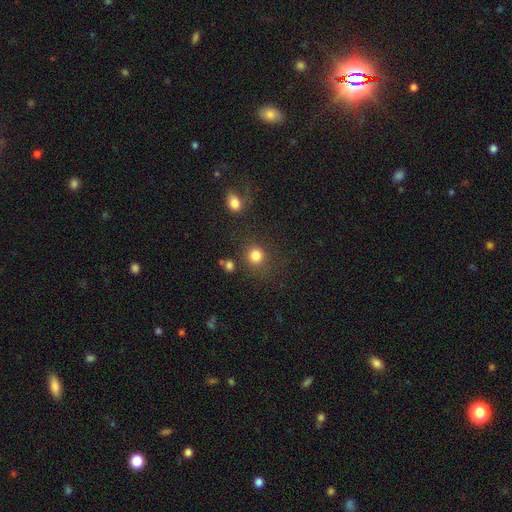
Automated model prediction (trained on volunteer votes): Smooth or featured: smooth — 82% (star or artifact — 13%)
How rounded: round — 86% (in between — 13%)
Merging: none — 75% (minor disturbance — 11%)